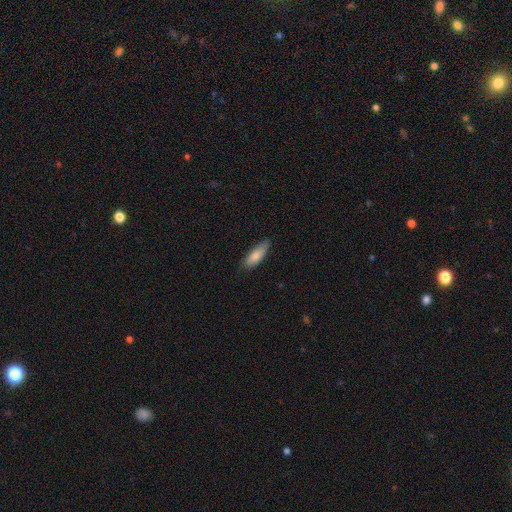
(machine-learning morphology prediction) This is clearly a smooth galaxy (81%). How rounded: possibly in between (54%). Merging: likely none (77%).